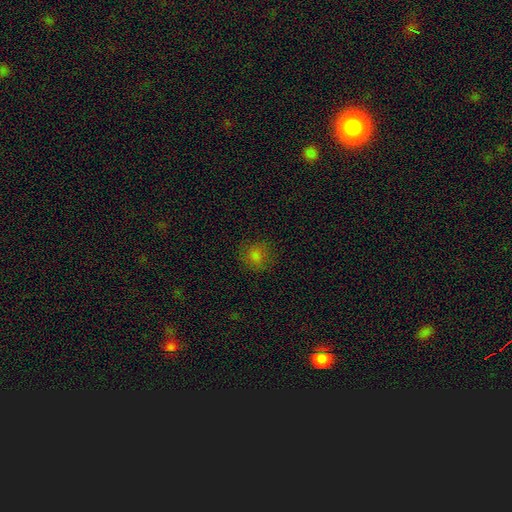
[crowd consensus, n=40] Smooth or featured? 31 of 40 (78%) said smooth. How rounded? 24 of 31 (77%) said round. Merging? 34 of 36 (94%) said none.